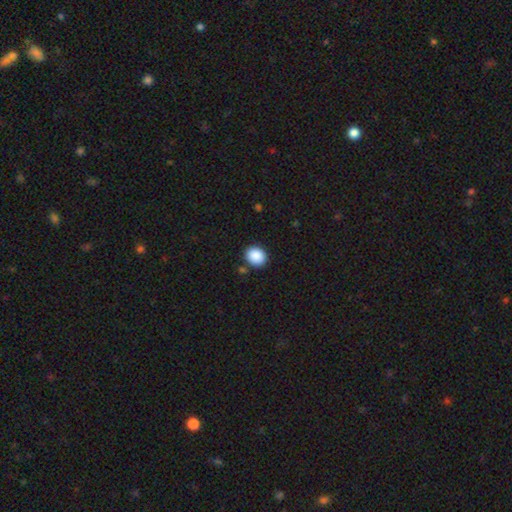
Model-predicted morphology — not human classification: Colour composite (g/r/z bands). It shows a smooth galaxy with no disk features (89%) that is round (64%). Merging: none (86%).